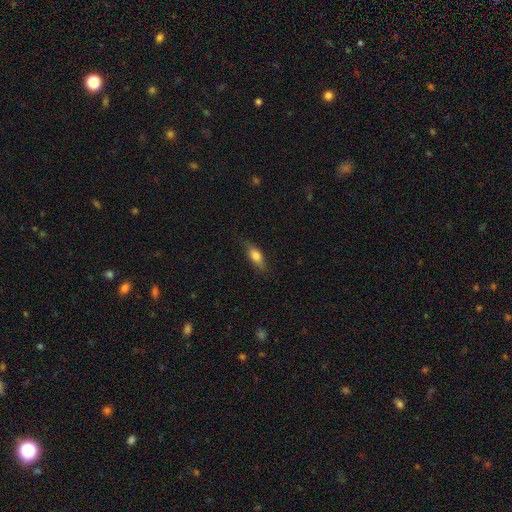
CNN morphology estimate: A smooth galaxy with no disk features (72%) that is in between round and cigar-shaped (66%).

Vote fractions:
- Smooth or featured? smooth: 72% / featured or disk: 20% / star or artifact: 7%
- How rounded? in between: 66% / cigar-shaped: 30% / round: 4%
- Merging? none: 79% / minor disturbance: 16% / major disturbance: 4% / merger: 1%